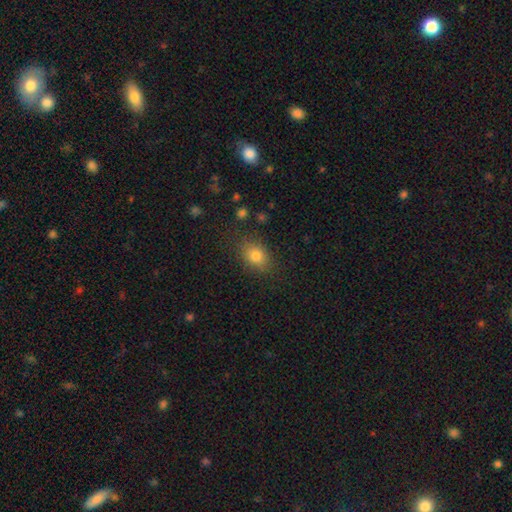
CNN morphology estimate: A smooth galaxy with no disk features (80%) that is in between round and cigar-shaped (69%).

Vote fractions:
- Smooth or featured? smooth: 80% / star or artifact: 10% / featured or disk: 9%
- How rounded? in between: 69% / round: 29% / cigar-shaped: 1%
- Merging? none: 81% / minor disturbance: 13% / major disturbance: 4% / merger: 2%